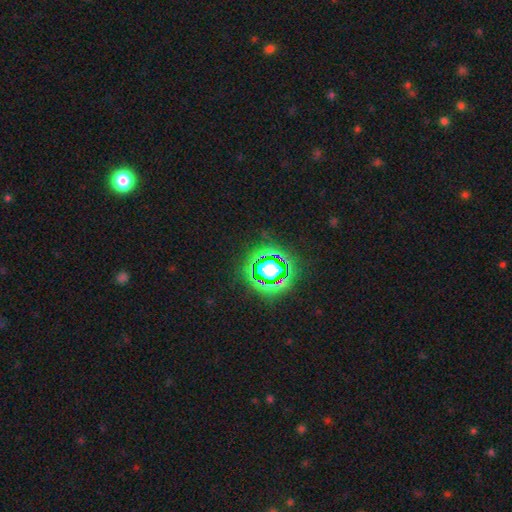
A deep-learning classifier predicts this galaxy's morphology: type=star or artifact (82%).